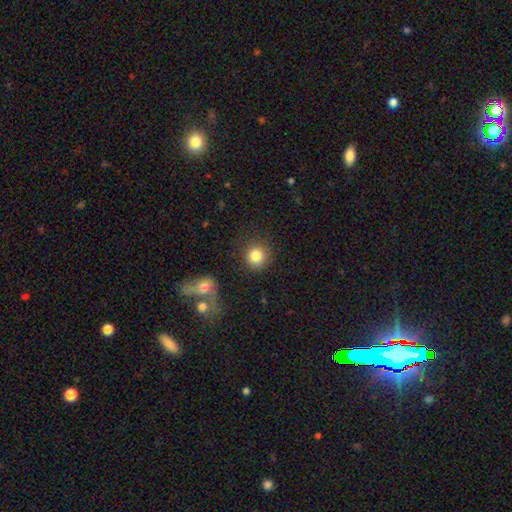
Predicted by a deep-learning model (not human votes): Smooth or featured?
  - smooth: 84% *
  - star or artifact: 10%
  - featured or disk: 6%
How rounded?
  - round: 90% *
  - in between: 9%
  - cigar-shaped: 1%
Merging?
  - none: 83% *
  - minor disturbance: 9%
  - merger: 4%
  - major disturbance: 4%